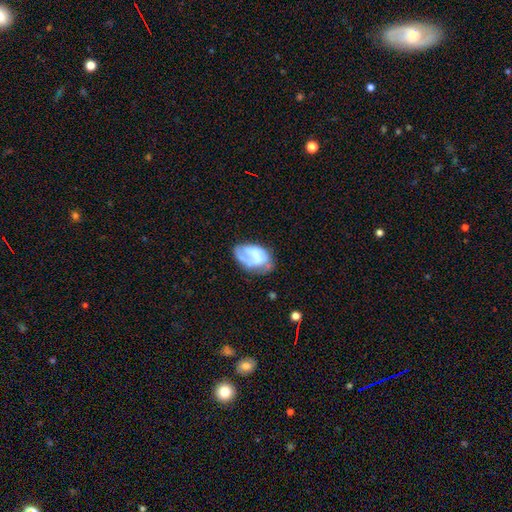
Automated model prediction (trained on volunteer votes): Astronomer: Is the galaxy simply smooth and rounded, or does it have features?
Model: featured or disk — 58% (runner-up: smooth, 35%).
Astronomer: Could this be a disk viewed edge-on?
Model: no — 96%.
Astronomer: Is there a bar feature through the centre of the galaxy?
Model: no — 47% (runner-up: weak, 37%).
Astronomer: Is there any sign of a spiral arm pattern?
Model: yes — 66%.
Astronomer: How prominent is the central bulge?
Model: small — 35% (runner-up: none, 29%).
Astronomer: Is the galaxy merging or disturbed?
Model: none — 41% (runner-up: minor disturbance, 29%).